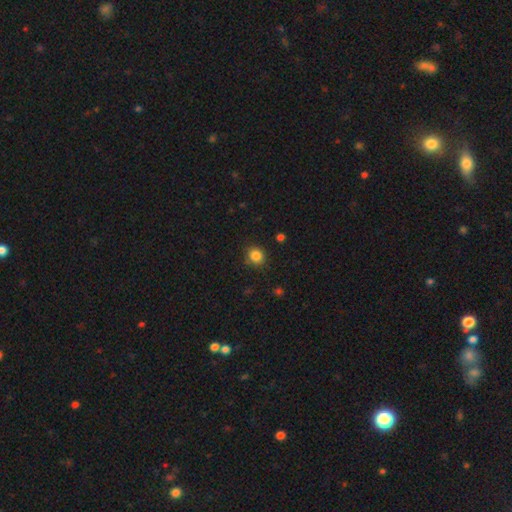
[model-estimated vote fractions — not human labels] Q: Smooth or featured?
A: smooth (84%); runner-up: star or artifact (12%)
Q: How rounded?
A: round (86%); runner-up: in between (13%)
Q: Merging?
A: none (87%); runner-up: minor disturbance (9%)